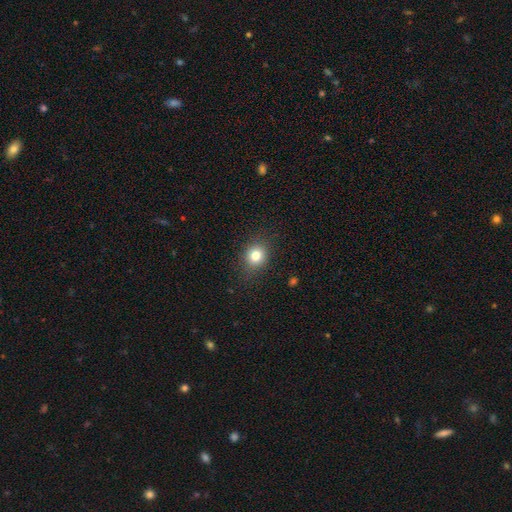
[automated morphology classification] A smooth galaxy with no disk features (80%) that is round (73%).

Vote fractions:
- Smooth or featured? smooth: 80% / star or artifact: 12% / featured or disk: 8%
- How rounded? round: 73% / in between: 26% / cigar-shaped: 1%
- Merging? none: 85% / minor disturbance: 11% / major disturbance: 3% / merger: 1%